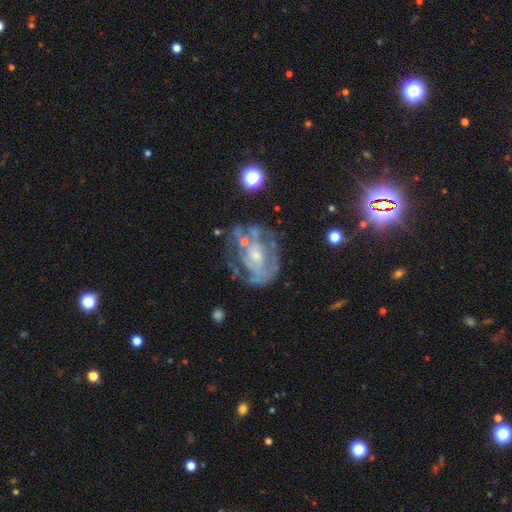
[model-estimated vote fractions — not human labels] Smooth or featured? featured or disk (72%)
Edge-on disk? no (96%)
Bar? no (67%)
Spiral arms? yes (53%)
Bulge size? small (54%)
Merging? none (52%)